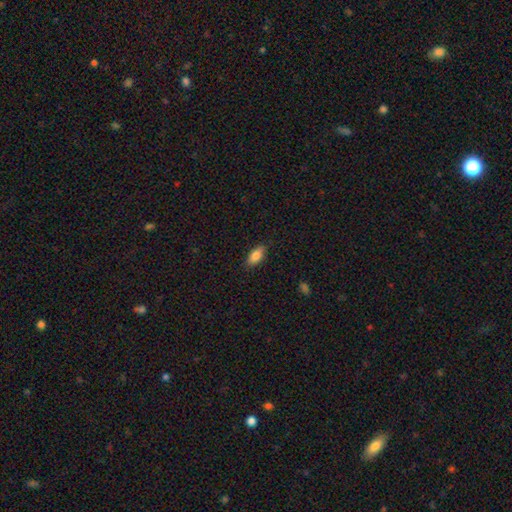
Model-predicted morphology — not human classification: Overall: smooth (85%). How rounded: in between (88%). Merging: none (85%).